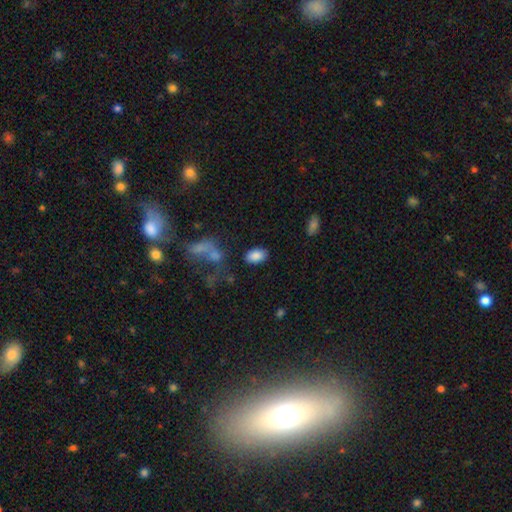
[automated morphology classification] A smooth galaxy with no disk features (86%) that is in between round and cigar-shaped (90%).

Vote fractions:
- Smooth or featured? smooth: 86% / star or artifact: 8% / featured or disk: 6%
- How rounded? in between: 90% / round: 8% / cigar-shaped: 1%
- Merging? none: 81% / minor disturbance: 11% / merger: 4% / major disturbance: 4%